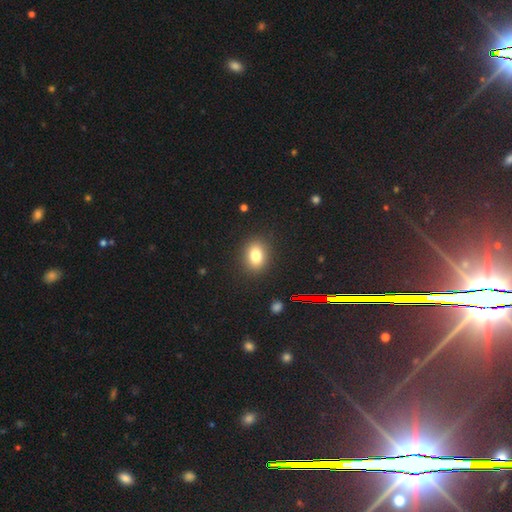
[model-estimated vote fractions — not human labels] Overall: smooth (79%). How rounded: in between (63%; round 36%). Merging: none (88%).